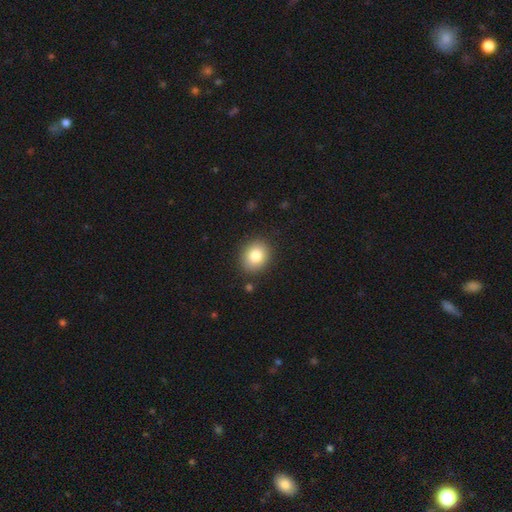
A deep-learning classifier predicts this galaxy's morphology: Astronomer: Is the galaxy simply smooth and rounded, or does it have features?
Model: smooth — 82%.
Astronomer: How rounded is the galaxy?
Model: round — 62% (runner-up: in between, 37%).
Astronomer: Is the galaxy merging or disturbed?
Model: none — 87%.